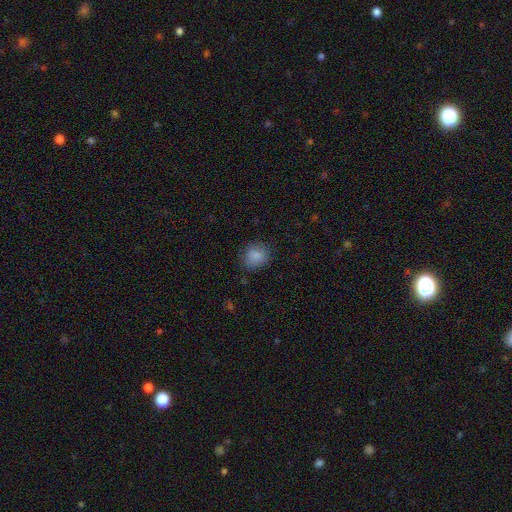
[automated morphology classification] Smooth or featured?
  - smooth: 85% *
  - star or artifact: 9%
  - featured or disk: 7%
How rounded?
  - round: 70% *
  - in between: 29%
  - cigar-shaped: 1%
Merging?
  - none: 78% *
  - minor disturbance: 16%
  - major disturbance: 4%
  - merger: 1%